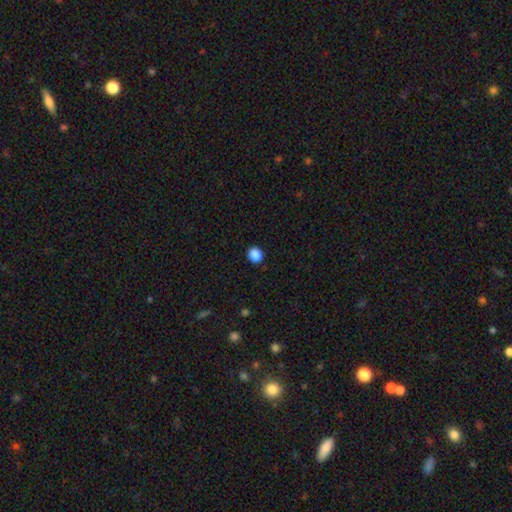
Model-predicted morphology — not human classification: Smooth or featured?
  - smooth: 88% *
  - star or artifact: 10%
  - featured or disk: 2%
How rounded?
  - round: 79% *
  - in between: 20%
  - cigar-shaped: 1%
Merging?
  - none: 91% *
  - minor disturbance: 6%
  - major disturbance: 2%
  - merger: 1%